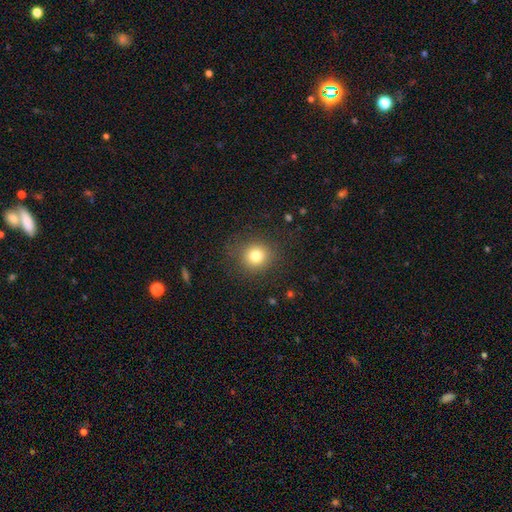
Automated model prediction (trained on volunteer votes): This appears to be a smooth galaxy with no disk features (78%) that is round (89%). Merging: none (85%).